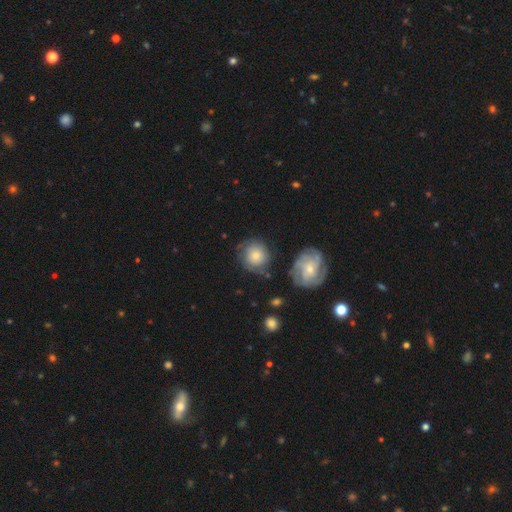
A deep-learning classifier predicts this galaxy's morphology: This is possibly a smooth galaxy (58%). How rounded: clearly round (86%). Merging: likely none (67%).